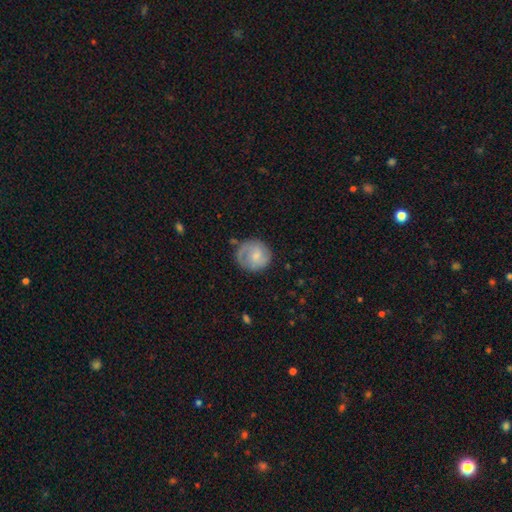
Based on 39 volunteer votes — smooth_or_featured: smooth (p=0.56) [alt: featured or disk p=0.41]
how_rounded: round (p=1.00)
merging: none (p=0.50) [alt: minor disturbance p=0.32]